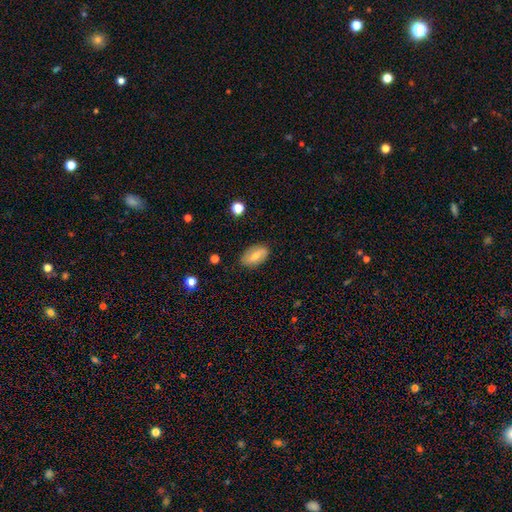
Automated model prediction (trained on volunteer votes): This appears to be a smooth galaxy with no disk features (55%) that is in between round and cigar-shaped (91%). Merging: none (83%).